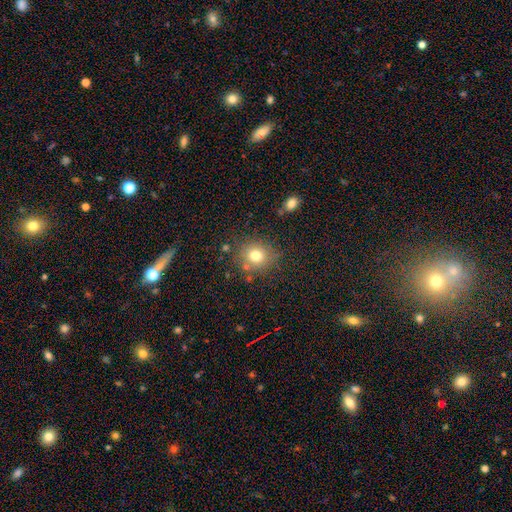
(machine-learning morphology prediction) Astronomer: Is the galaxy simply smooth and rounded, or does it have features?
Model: smooth — 76%.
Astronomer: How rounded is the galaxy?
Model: round — 79%.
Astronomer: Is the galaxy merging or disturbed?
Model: none — 79%.